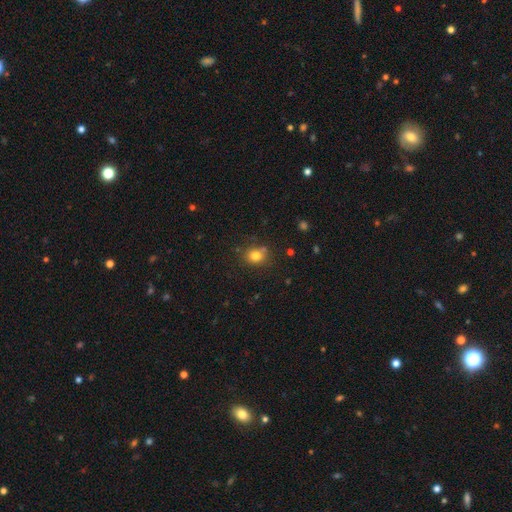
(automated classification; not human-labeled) smooth-or-featured: smooth: 79% | star or artifact: 14% | featured or disk: 7%
  how-rounded: round: 70% | in between: 29% | cigar-shaped: 1%
  merging: none: 76% | minor disturbance: 12% | merger: 8% | major disturbance: 4%